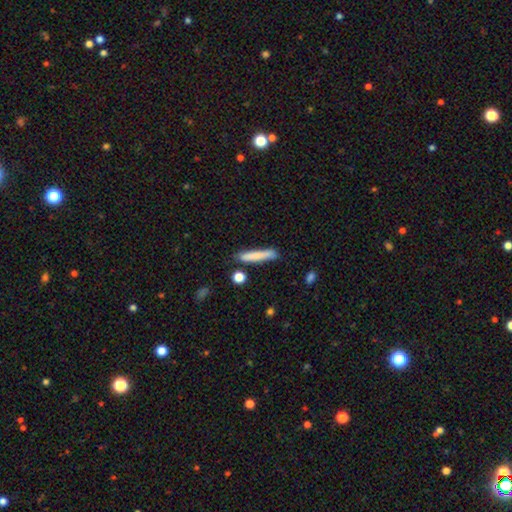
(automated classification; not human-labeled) Overall: smooth (77%). How rounded: cigar-shaped (93%). Merging: none (79%).